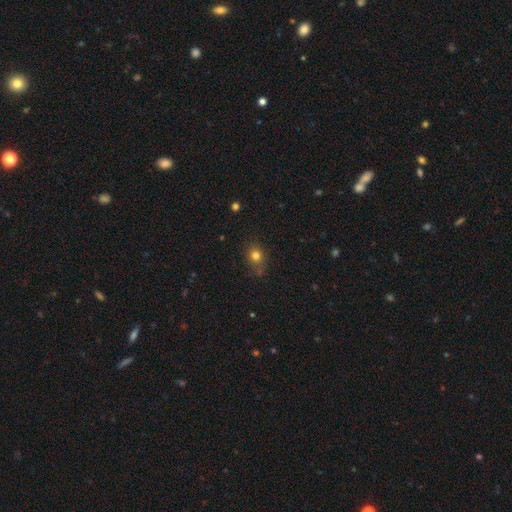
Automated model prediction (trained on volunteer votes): The model was most divided on "how rounded": round: 71%, in between: 27%, cigar-shaped: 1%. More confident: smooth or featured — smooth (77%); merging — none (76%).